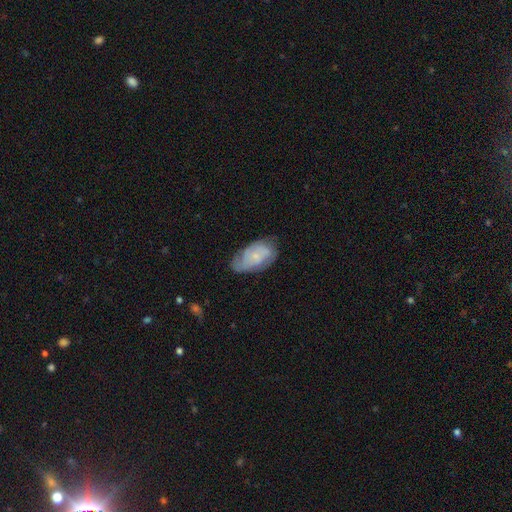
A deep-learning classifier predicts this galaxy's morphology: This is possibly a featured or disk galaxy (58%). It is clearly not viewed edge-on (96%). Bar: likely no (71%). Spiral arm pattern: clearly yes (83%). Central bulge: likely small (65%). Merging: possibly none (59%).